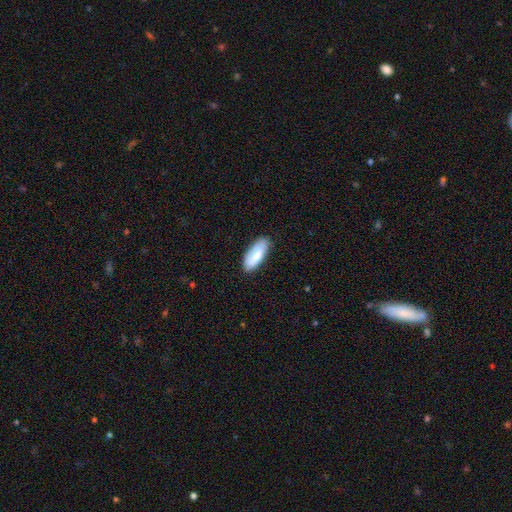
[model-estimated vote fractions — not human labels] smooth-or-featured: smooth: 79% | featured or disk: 15% | star or artifact: 6%
  how-rounded: in between: 76% | cigar-shaped: 22% | round: 2%
  merging: none: 82% | minor disturbance: 14% | major disturbance: 3% | merger: 1%